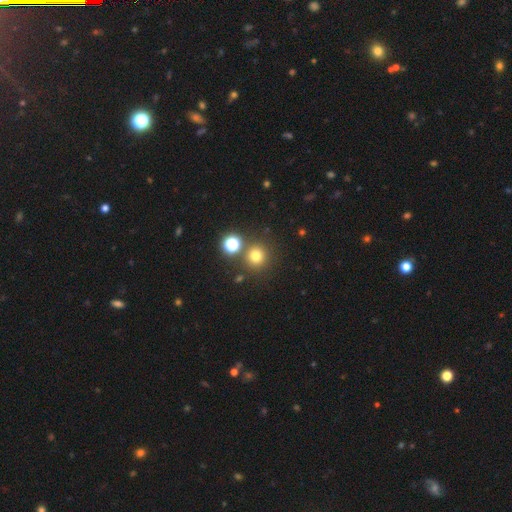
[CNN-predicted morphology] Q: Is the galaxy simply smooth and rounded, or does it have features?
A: smooth — 73%.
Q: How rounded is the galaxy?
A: round — 93%.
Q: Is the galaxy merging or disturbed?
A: none — 80%.